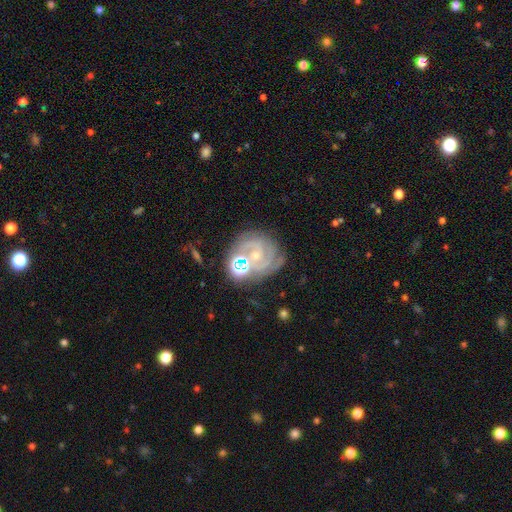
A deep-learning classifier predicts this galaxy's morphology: Smooth or featured?
  - featured or disk: 82% *
  - star or artifact: 9%
  - smooth: 9%
Edge-on disk?
  - no: 98% *
  - yes: 2%
Bar?
  - no: 62% *
  - weak: 29%
  - strong: 9%
Spiral arms?
  - yes: 96% *
  - no: 4%
Spiral winding?
  - tight: 62% *
  - medium: 32%
  - loose: 6%
Spiral arm count?
  - 2: 39% *
  - 3: 29%
  - can't tell: 17%
  - 4: 7%
  - 1: 5%
  - more than 4: 4%
Bulge size?
  - small: 69% *
  - moderate: 26%
  - none: 3%
  - large: 1%
  - dominant: 1%
Merging?
  - none: 61% *
  - minor disturbance: 18%
  - merger: 12%
  - major disturbance: 8%